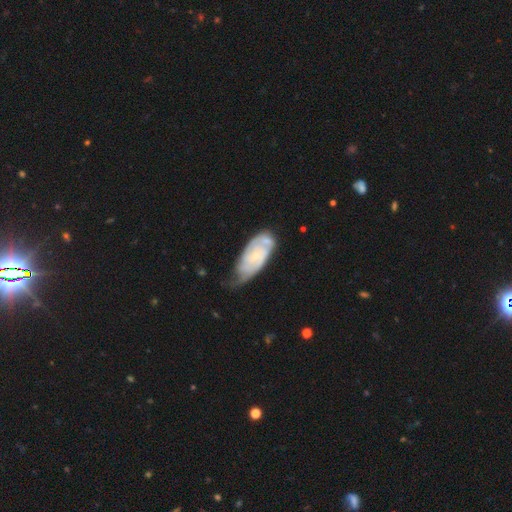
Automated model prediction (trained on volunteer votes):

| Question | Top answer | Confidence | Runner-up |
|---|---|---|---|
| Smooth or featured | featured or disk | 70% | smooth (24%) |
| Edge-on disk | no | 94% | yes (6%) |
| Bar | no | 67% | weak (28%) |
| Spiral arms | yes | 87% | no (13%) |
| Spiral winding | tight | 58% | medium (31%) |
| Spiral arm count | can't tell | 38% | tied: 2 (38%) |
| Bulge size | small | 71% | moderate (19%) |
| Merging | none | 42% | minor disturbance (38%) |